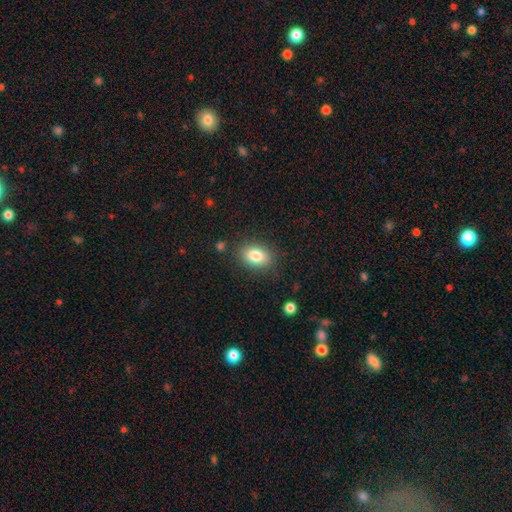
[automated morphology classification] A smooth galaxy with no disk features (83%) that is in between round and cigar-shaped (79%). Merging: none (84%).